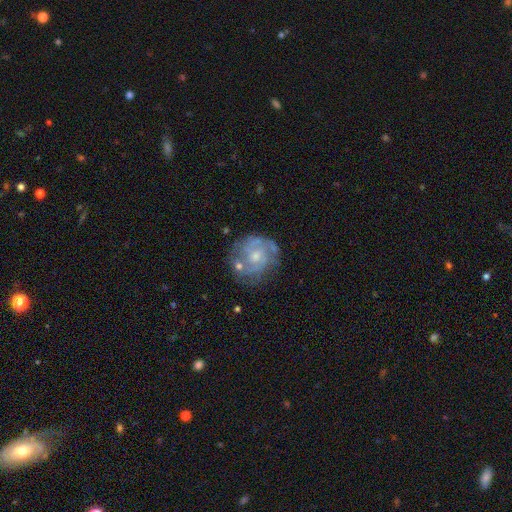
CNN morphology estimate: This is clearly a featured or disk galaxy (81%). It is clearly not viewed edge-on (98%). Bar: likely no (68%). Spiral arm pattern: clearly yes (90%). Spiral arm count: possibly 2 (46%). Spiral winding: possibly tight (54%). Central bulge: possibly small (53%). Merging: likely none (66%).